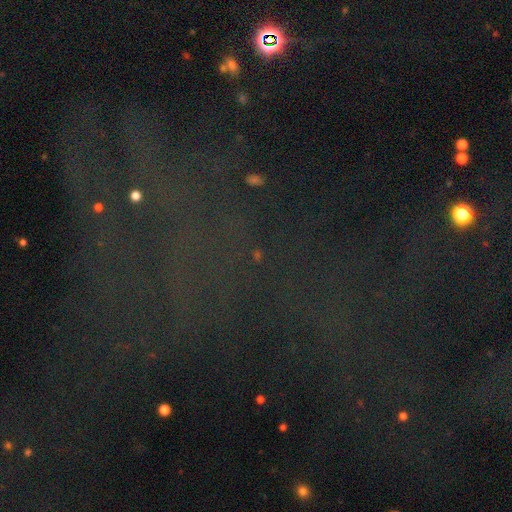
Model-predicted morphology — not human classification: type=star or artifact (77%).